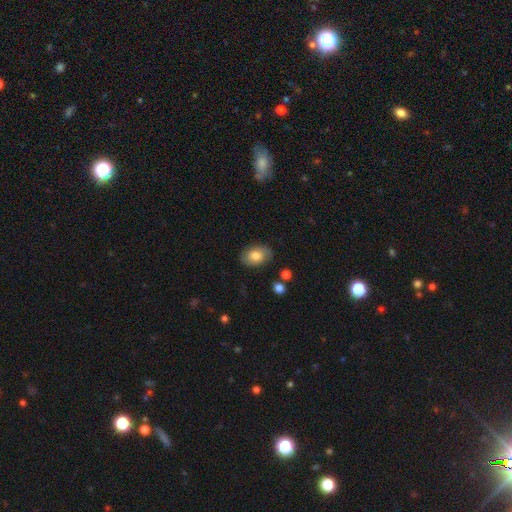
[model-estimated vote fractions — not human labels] This is likely a smooth galaxy (69%). How rounded: clearly in between (82%). Merging: clearly none (81%).